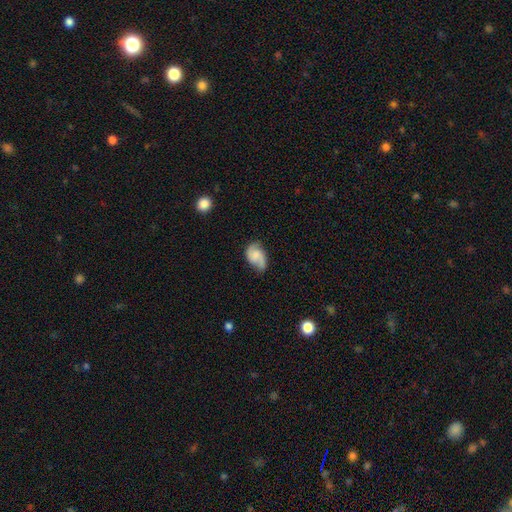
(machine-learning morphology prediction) A featured or disk galaxy (55%) with no bar (58%), spiral arms (92%) and no central bulge (38%).

Vote fractions:
- Smooth or featured? featured or disk: 55% / smooth: 37% / star or artifact: 8%
- Edge-on disk? no: 97% / yes: 3%
- Bar? no: 58% / weak: 35% / strong: 7%
- Spiral arms? yes: 92% / no: 8%
- Bulge size? none: 38% / small: 29% / moderate: 23% / large: 8% / dominant: 2%
- Merging? none: 57% / minor disturbance: 31% / major disturbance: 10% / merger: 2%